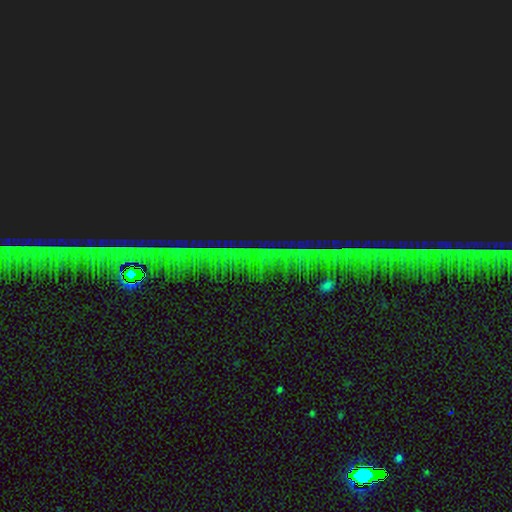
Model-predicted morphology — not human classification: type=star or artifact (87%).